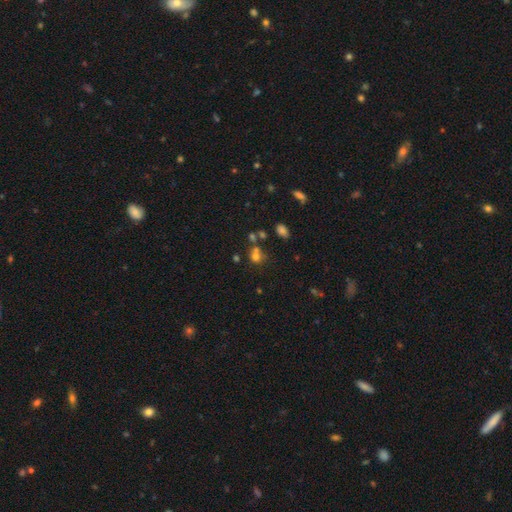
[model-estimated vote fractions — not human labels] Morphology: type=smooth (66%); roundness=round (77%); merging=none (47%).